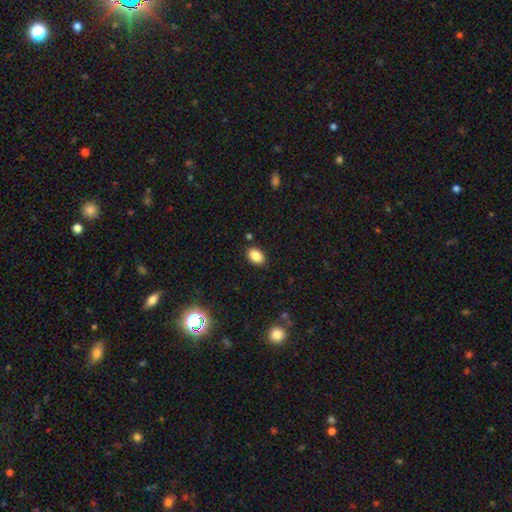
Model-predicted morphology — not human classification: smooth 86%, star or artifact 9%, featured or disk 5%. Down the decision tree: how rounded — in between (84%); merging — none (86%).